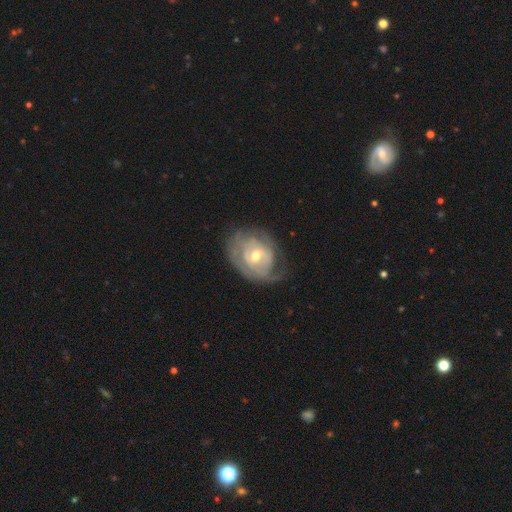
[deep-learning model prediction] featured or disk 77%, smooth 17%, star or artifact 5%. Down the decision tree: edge-on disk — no (96%); bar — no (54%); spiral arms — yes (80%); spiral arm count — can't tell (43%); spiral winding — tight (63%); bulge size — moderate (63%); merging — none (55%).